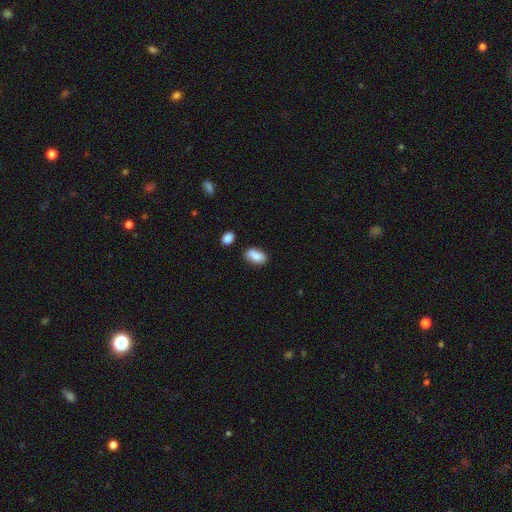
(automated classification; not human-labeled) The model was most divided on "merging": none: 61%, minor disturbance: 18%, merger: 16%, major disturbance: 4%. More confident: how rounded — in between (89%); smooth or featured — smooth (83%).